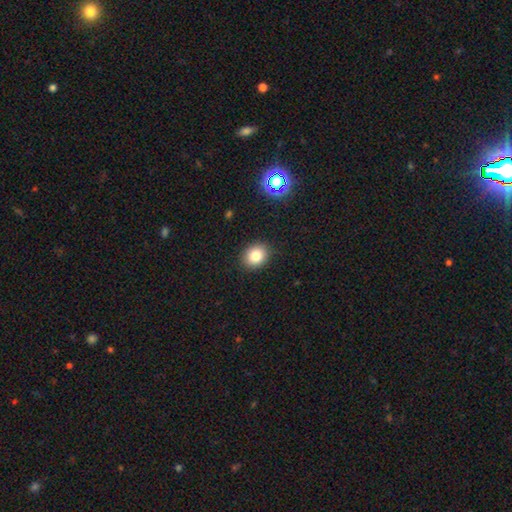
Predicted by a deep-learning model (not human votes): The model was most divided on "how rounded": round: 59%, in between: 40%, cigar-shaped: 1%. More confident: merging — none (88%); smooth or featured — smooth (82%).